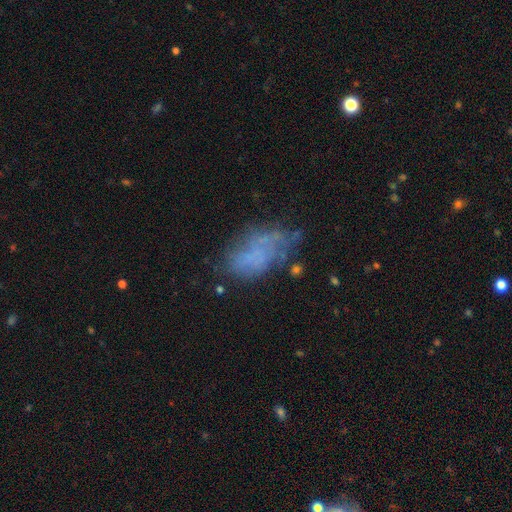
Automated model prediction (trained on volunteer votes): Smooth or featured? Predicted: smooth (p=0.43). Merging? Predicted: none (p=0.45).